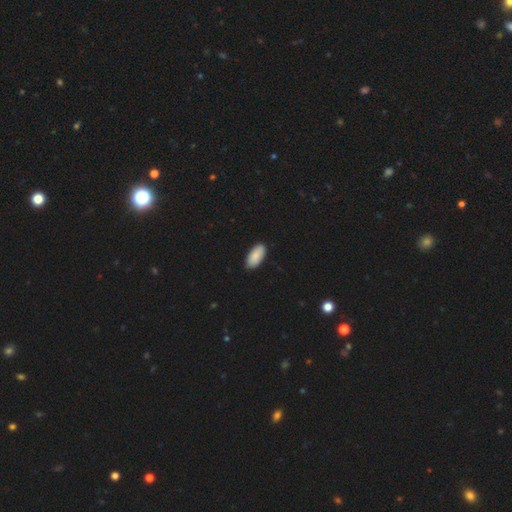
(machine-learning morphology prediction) This is clearly a smooth galaxy (89%). How rounded: clearly in between (93%). Merging: clearly none (89%).